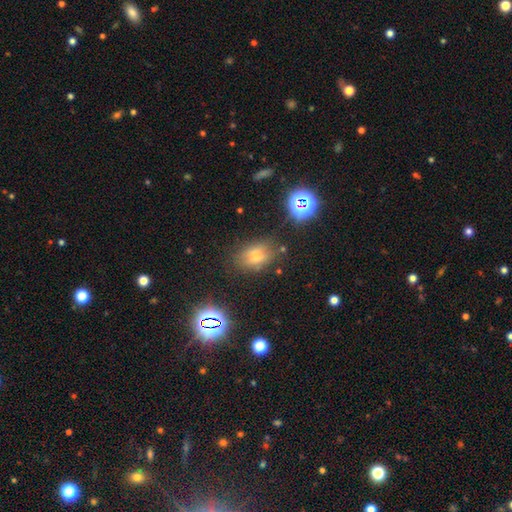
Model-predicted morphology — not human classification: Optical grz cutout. It shows a smooth galaxy with no disk features (66%) that is in between round and cigar-shaped (75%). Merging: none (74%).